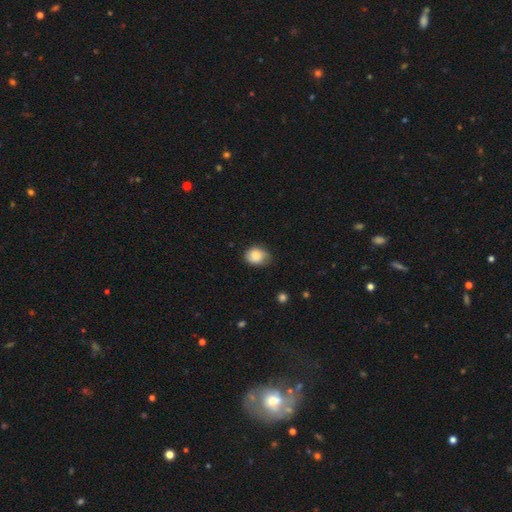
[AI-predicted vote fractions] The model was most divided on "how rounded": round: 50%, in between: 49%, cigar-shaped: 1%. More confident: smooth or featured — smooth (79%); merging — none (61%).